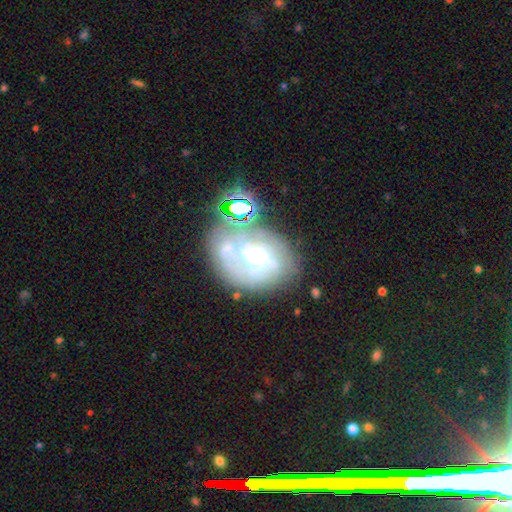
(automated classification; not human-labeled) The model was most divided on "bulge size": small: 55%, moderate: 37%, large: 4%, none: 3%, dominant: 1%. Remaining: edge-on disk — no (97%); bar — no (73%); spiral arms — yes (69%); smooth or featured — featured or disk (68%); merging — none (50%).